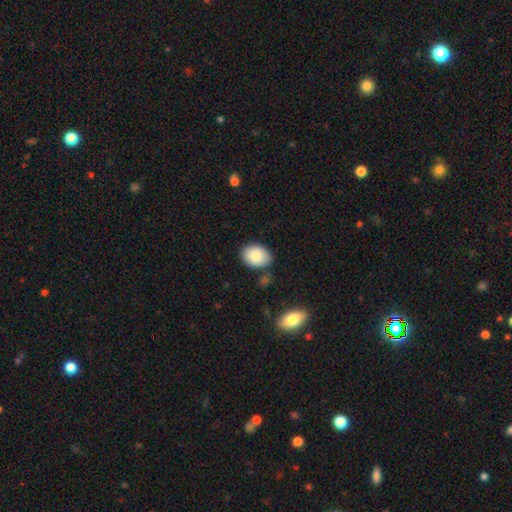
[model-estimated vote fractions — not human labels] smooth 86%, featured or disk 8%, star or artifact 7%. Down the decision tree: how rounded — in between (76%); merging — none (76%).